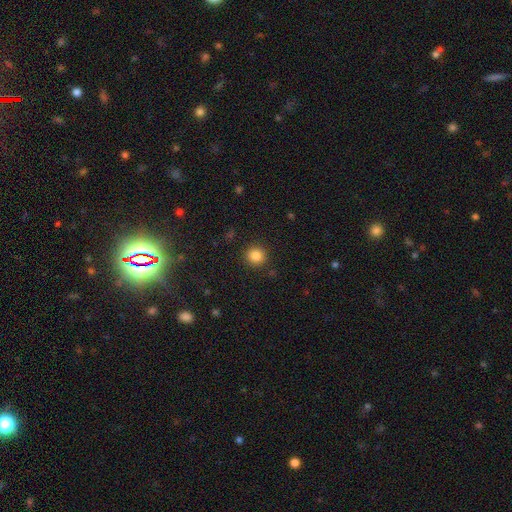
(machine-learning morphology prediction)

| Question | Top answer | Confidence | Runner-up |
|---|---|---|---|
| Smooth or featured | smooth | 85% | star or artifact (11%) |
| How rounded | round | 91% | in between (8%) |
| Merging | none | 90% | minor disturbance (6%) |